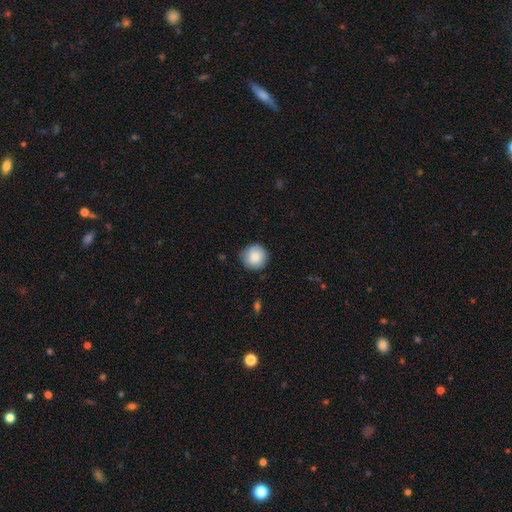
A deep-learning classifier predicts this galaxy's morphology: A smooth galaxy with no disk features (85%) that is round (94%).

Vote fractions:
- Smooth or featured? smooth: 85% / featured or disk: 8% / star or artifact: 7%
- How rounded? round: 94% / in between: 5% / cigar-shaped: 1%
- Merging? none: 82% / minor disturbance: 14% / major disturbance: 2% / merger: 1%